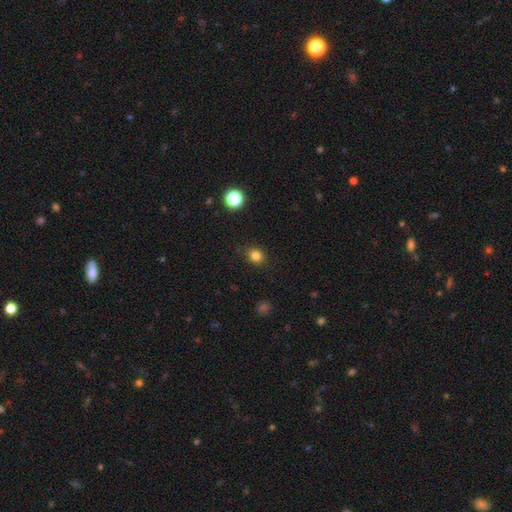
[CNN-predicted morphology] smooth-or-featured: smooth: 82% | star or artifact: 13% | featured or disk: 5%
  how-rounded: round: 69% | in between: 31% | cigar-shaped: 1%
  merging: none: 85% | minor disturbance: 11% | major disturbance: 3% | merger: 1%